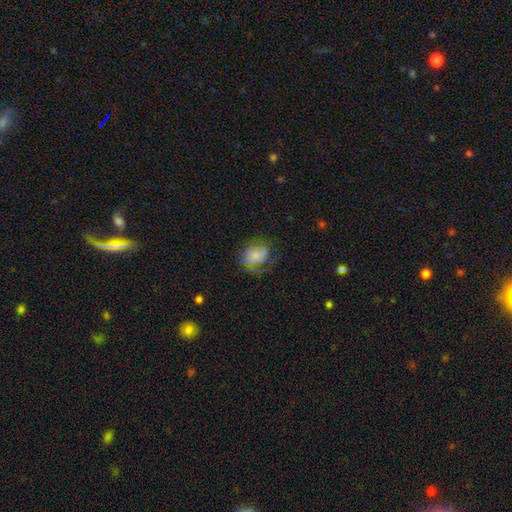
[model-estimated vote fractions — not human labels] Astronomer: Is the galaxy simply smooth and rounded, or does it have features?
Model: smooth — 59%.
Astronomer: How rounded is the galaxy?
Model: in between — 56% (runner-up: round, 42%).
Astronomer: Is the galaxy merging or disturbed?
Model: none — 62%.